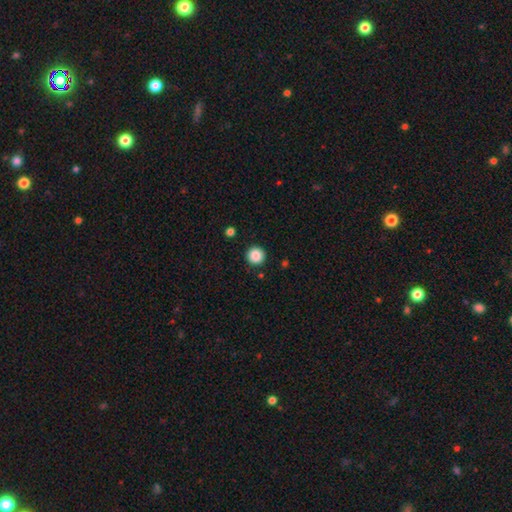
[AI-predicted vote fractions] Morphology: type=smooth (88%); roundness=round (96%); merging=none (92%).